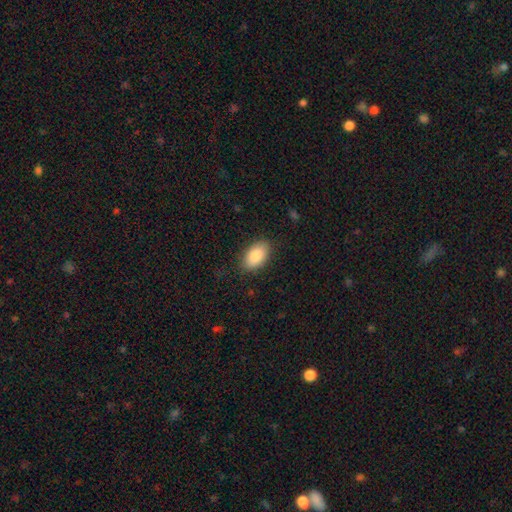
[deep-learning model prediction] Smooth or featured: smooth — 87% (featured or disk — 7%)
How rounded: in between — 93% (round — 5%)
Merging: none — 84% (minor disturbance — 12%)